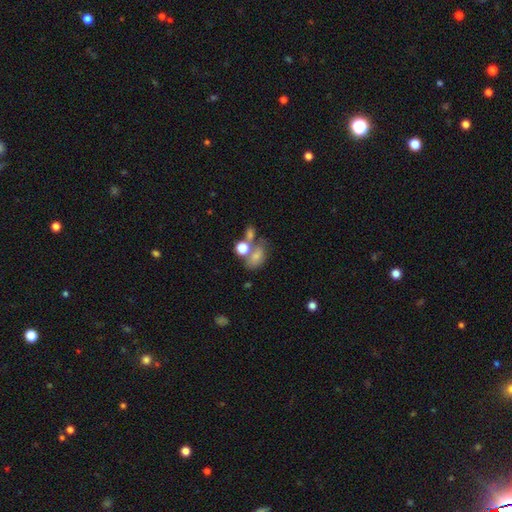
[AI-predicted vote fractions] smooth_or_featured: smooth (p=0.68) [alt: featured or disk p=0.17]
how_rounded: in between (p=0.73) [alt: round p=0.25]
merging: none (p=0.37) [alt: merger p=0.33]